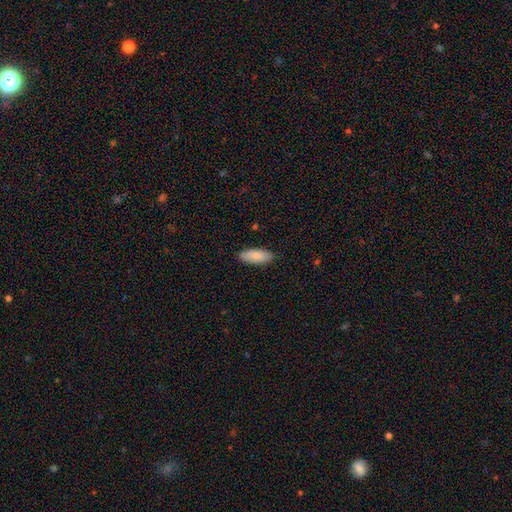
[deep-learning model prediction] Smooth or featured? smooth (87%)
How rounded? in between (80%)
Merging? none (86%)